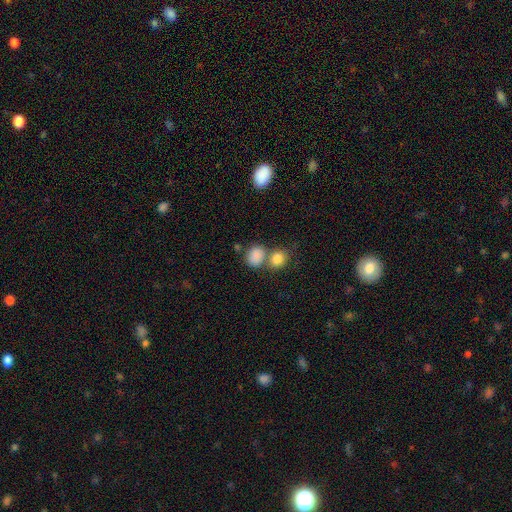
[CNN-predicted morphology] A smooth galaxy with no disk features (84%) that is round (54%). Merging: none (44%).